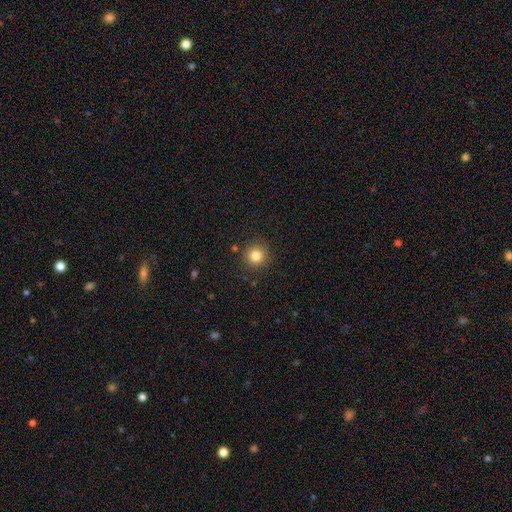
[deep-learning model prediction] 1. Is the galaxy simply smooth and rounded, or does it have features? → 82% smooth, 12% star or artifact, 6% featured or disk.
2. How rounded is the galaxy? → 94% round, 5% in between, 1% cigar-shaped.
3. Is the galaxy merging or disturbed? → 89% none, 7% minor disturbance, 2% major disturbance, 2% merger.